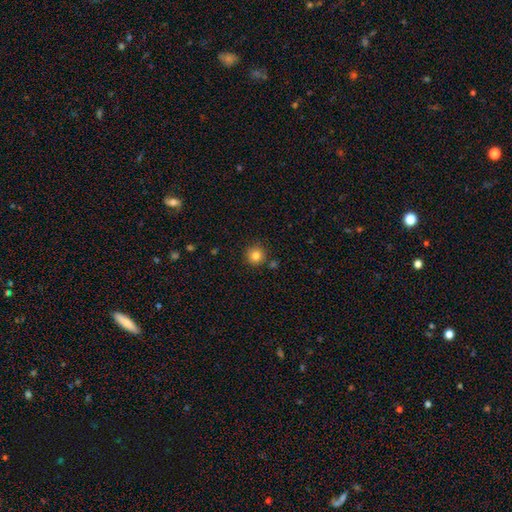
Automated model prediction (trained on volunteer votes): A smooth galaxy with no disk features (82%) that is round (95%). Merging: none (86%).